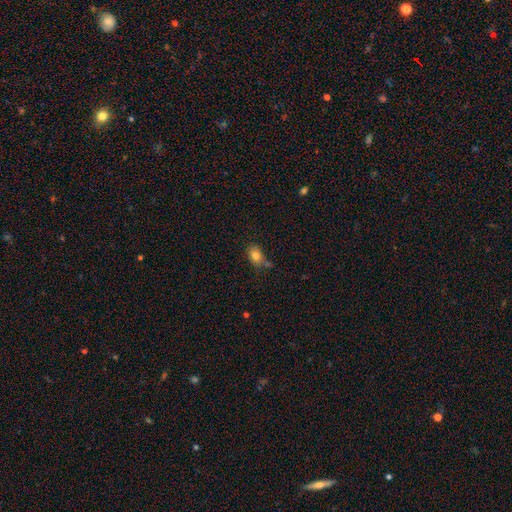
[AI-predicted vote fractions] A smooth galaxy with no disk features (80%) that is in between round and cigar-shaped (75%). Merging: none (59%).